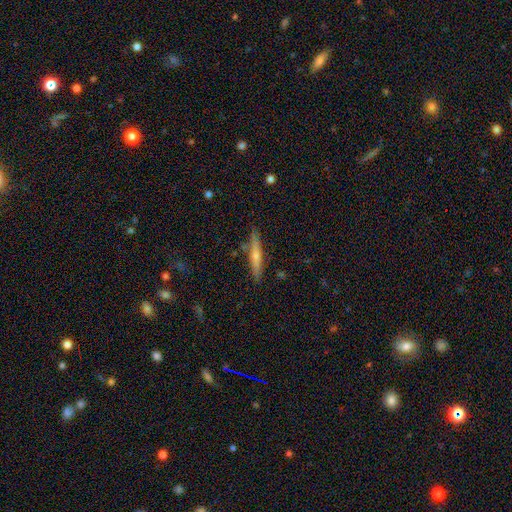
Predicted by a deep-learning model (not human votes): Smooth or featured? Predicted: featured or disk (p=0.54). Edge-on disk? Predicted: yes (p=0.95). Edge-on bulge? Predicted: rounded (p=0.71). Merging? Predicted: none (p=0.87).